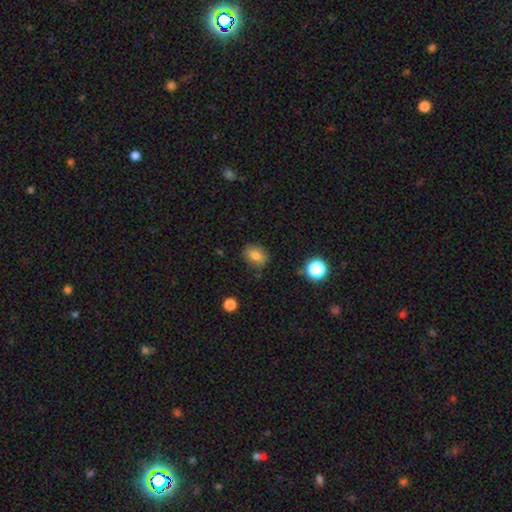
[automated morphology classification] This appears to be a smooth galaxy with no disk features (80%) that is in between round and cigar-shaped (63%). Merging: none (81%).